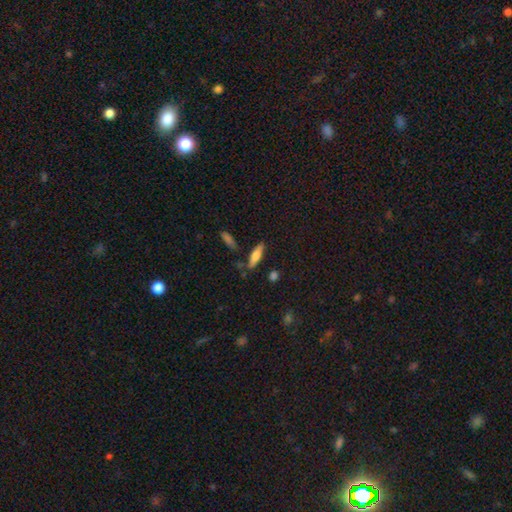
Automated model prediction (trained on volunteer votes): This appears to be a smooth galaxy with no disk features (63%) that is cigar-shaped (57%). Merging: none (78%).